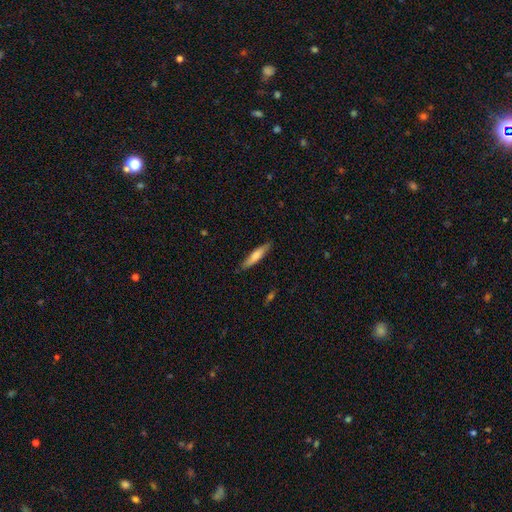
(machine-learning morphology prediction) smooth-or-featured: smooth: 69% | featured or disk: 25% | star or artifact: 6%
  how-rounded: cigar-shaped: 84% | in between: 14% | round: 1%
  merging: none: 86% | minor disturbance: 11% | major disturbance: 2% | merger: 1%